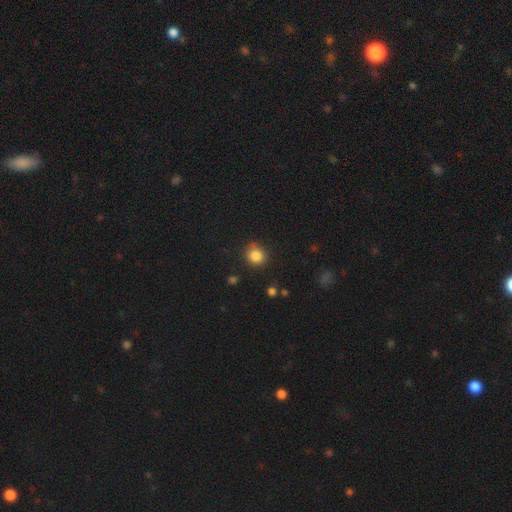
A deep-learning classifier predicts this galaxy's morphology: Q: Smooth or featured?
A: smooth (84%); runner-up: star or artifact (11%)
Q: How rounded?
A: round (86%); runner-up: in between (13%)
Q: Merging?
A: none (81%); runner-up: minor disturbance (14%)